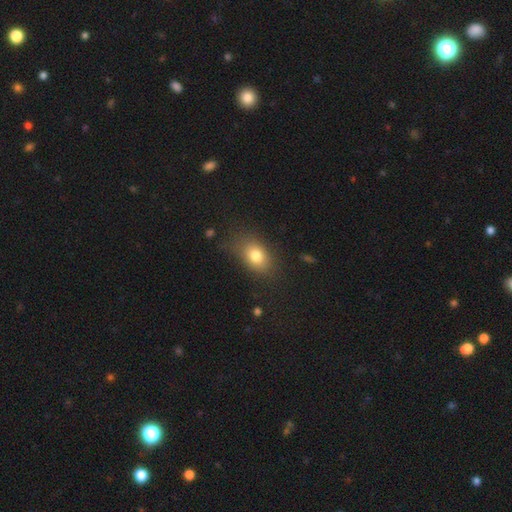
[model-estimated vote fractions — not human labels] This appears to be a smooth galaxy with no disk features (79%) that is in between round and cigar-shaped (74%). Merging: none (73%).